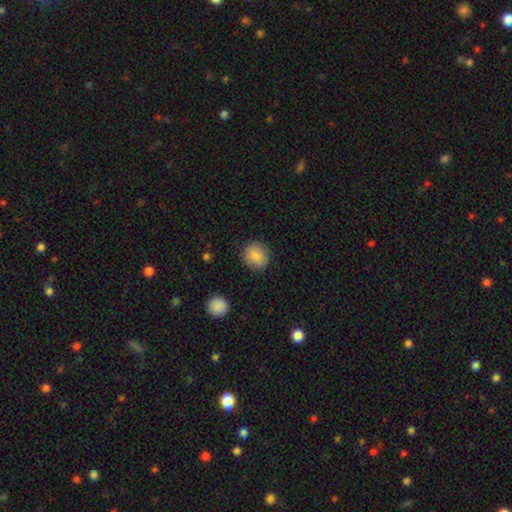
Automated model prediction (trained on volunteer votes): Smooth or featured? smooth (86%)
How rounded? round (84%)
Merging? none (86%)